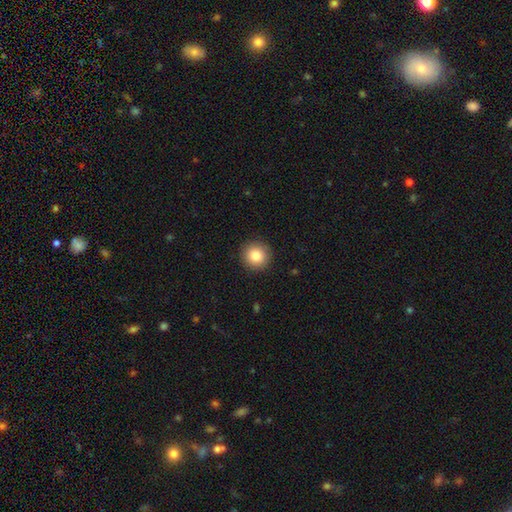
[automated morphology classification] smooth-or-featured: smooth: 85% | star or artifact: 9% | featured or disk: 6%
  how-rounded: round: 95% | in between: 4% | cigar-shaped: 1%
  merging: none: 92% | minor disturbance: 6% | major disturbance: 2% | merger: 1%